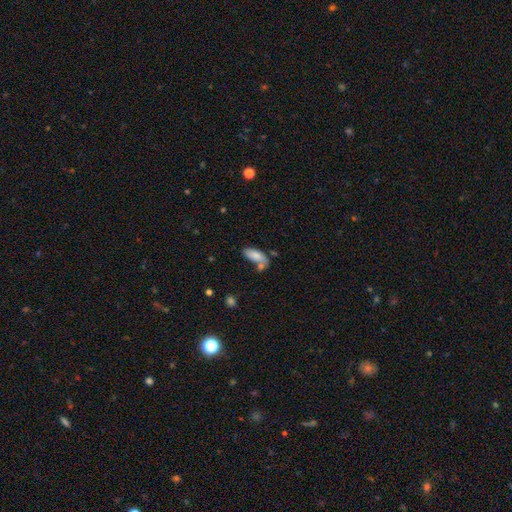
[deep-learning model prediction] This is clearly a smooth galaxy (80%). How rounded: clearly in between (84%). Merging: marginally none (40%).